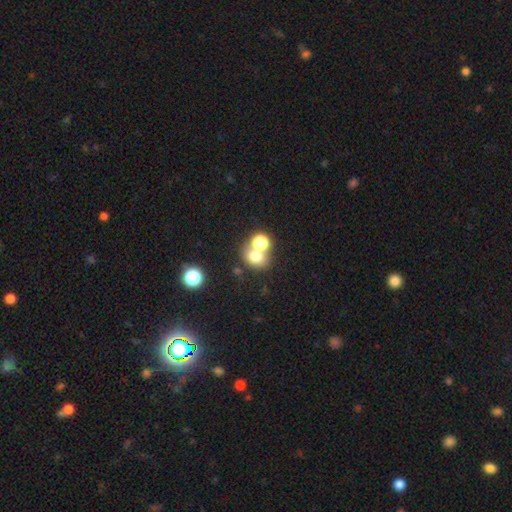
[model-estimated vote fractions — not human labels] Smooth or featured: smooth — 72% (star or artifact — 16%)
How rounded: round — 68% (in between — 31%)
Merging: none — 46% (merger — 43%)